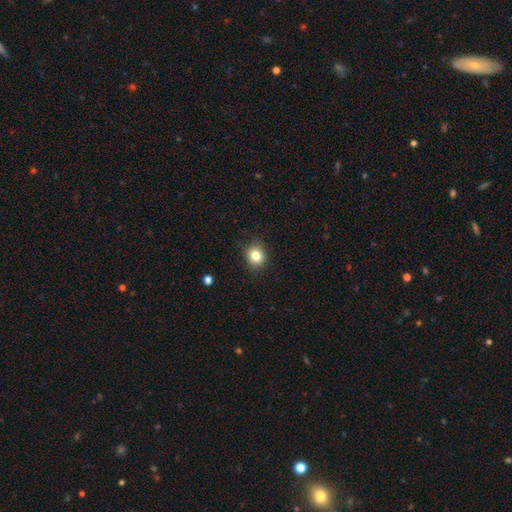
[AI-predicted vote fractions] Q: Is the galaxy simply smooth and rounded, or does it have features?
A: smooth — 82%.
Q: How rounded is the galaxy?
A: round — 75%.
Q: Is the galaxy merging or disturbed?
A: none — 86%.